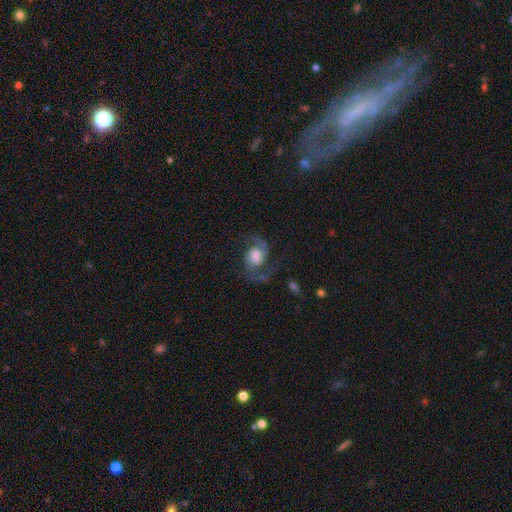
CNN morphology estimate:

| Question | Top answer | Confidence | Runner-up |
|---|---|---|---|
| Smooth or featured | featured or disk | 84% | smooth (10%) |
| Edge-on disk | no | 98% | yes (2%) |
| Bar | no | 46% | weak (44%) |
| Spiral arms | yes | 97% | no (3%) |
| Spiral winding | medium | 48% | loose (42%) |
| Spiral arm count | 2 | 92% | 1 (3%) |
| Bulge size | moderate | 37% | large (34%) |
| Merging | none | 67% | minor disturbance (16%) |